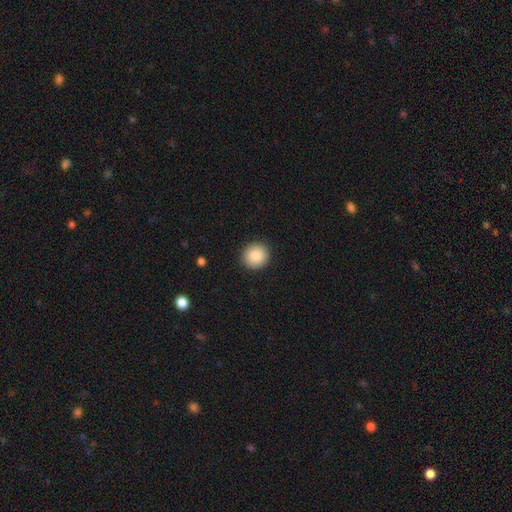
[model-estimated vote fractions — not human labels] Q: Smooth or featured?
A: smooth (88%); runner-up: star or artifact (8%)
Q: How rounded?
A: round (91%); runner-up: in between (8%)
Q: Merging?
A: none (91%); runner-up: minor disturbance (6%)